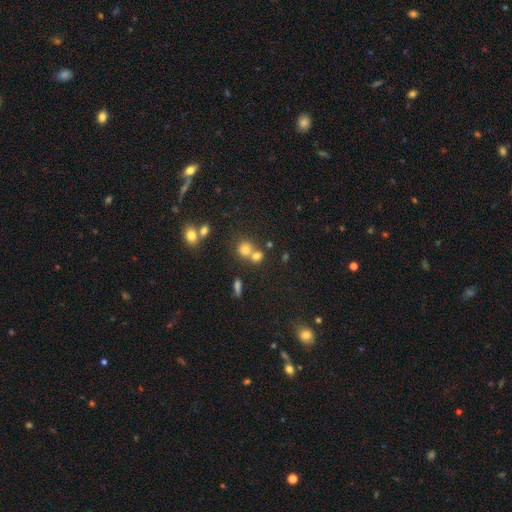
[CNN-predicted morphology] type=smooth (56%); roundness=round (82%); merging=none (52%).